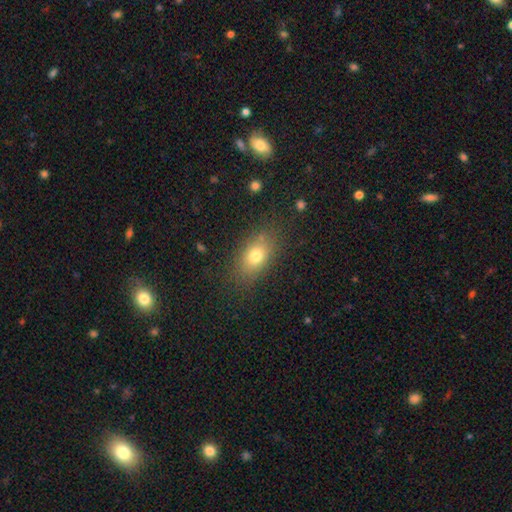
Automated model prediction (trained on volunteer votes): smooth_or_featured: smooth (p=0.75) [alt: featured or disk p=0.14]
how_rounded: in between (p=0.80) [alt: round p=0.16]
merging: none (p=0.82) [alt: minor disturbance p=0.12]